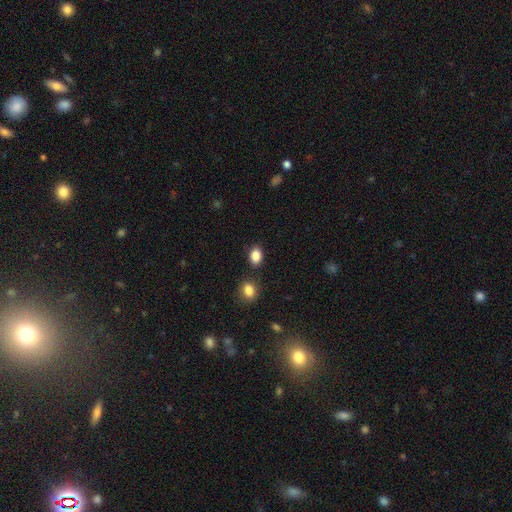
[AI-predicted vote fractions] Smooth or featured: smooth — 87% (star or artifact — 9%)
How rounded: in between — 73% (round — 26%)
Merging: none — 81% (minor disturbance — 10%)